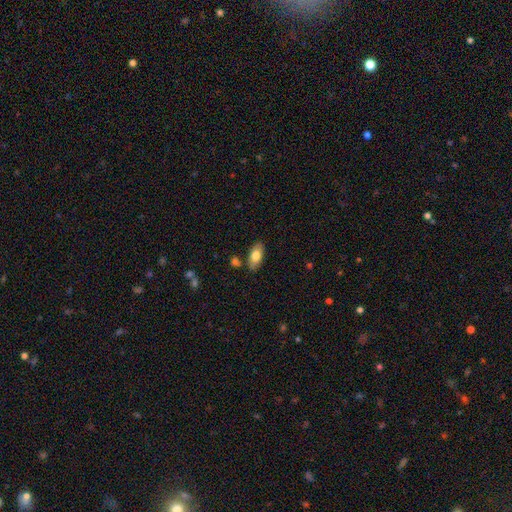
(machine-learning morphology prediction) Q: Smooth or featured?
A: smooth (76%); runner-up: featured or disk (18%)
Q: How rounded?
A: in between (90%); runner-up: cigar-shaped (7%)
Q: Merging?
A: none (82%); runner-up: minor disturbance (11%)